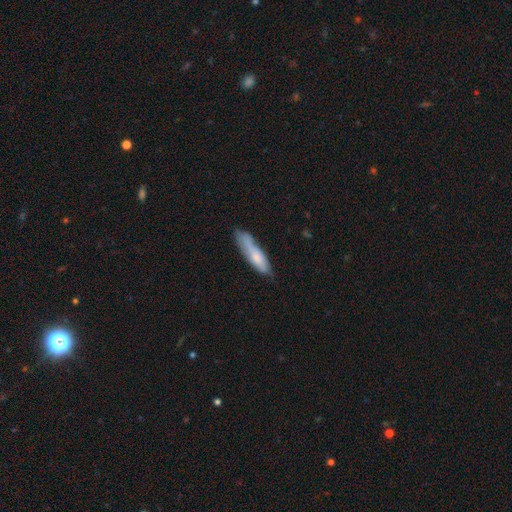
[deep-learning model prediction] Morphology: type=smooth (70%); roundness=cigar-shaped (71%); merging=none (55%).